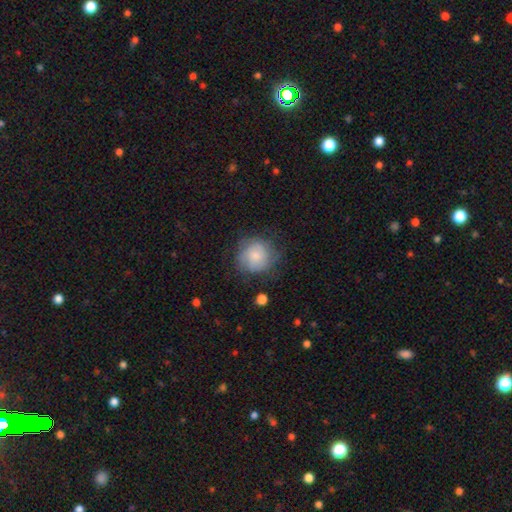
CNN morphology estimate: smooth_or_featured: smooth (p=0.65) [alt: featured or disk p=0.27]
how_rounded: round (p=0.86) [alt: in between p=0.13]
merging: none (p=0.63) [alt: minor disturbance p=0.24]